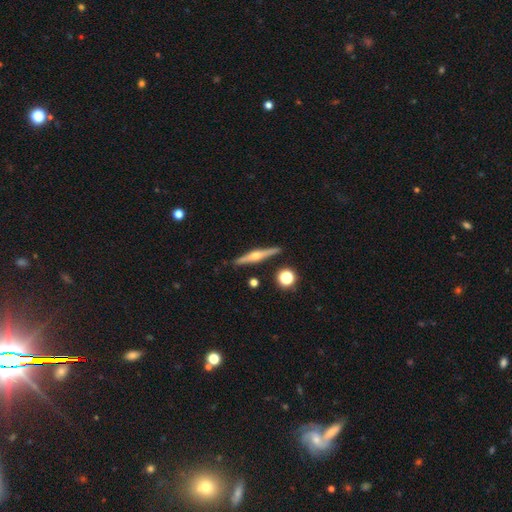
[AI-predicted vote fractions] Overall: featured or disk (75%). Edge-on disk: yes (98%). Edge-on bulge: rounded (93%). Merging: none (89%).